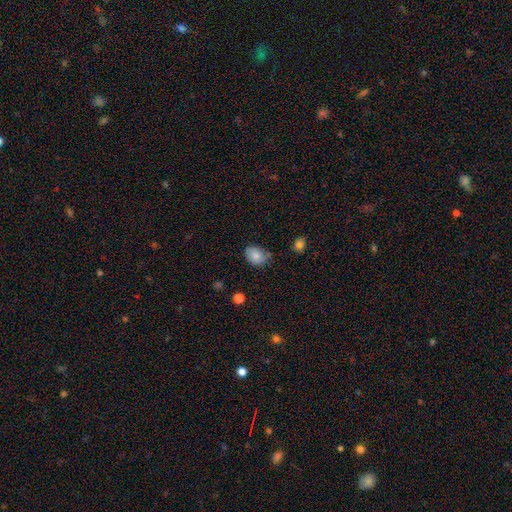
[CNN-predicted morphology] Smooth or featured? smooth (83%)
How rounded? in between (66%)
Merging? none (65%)